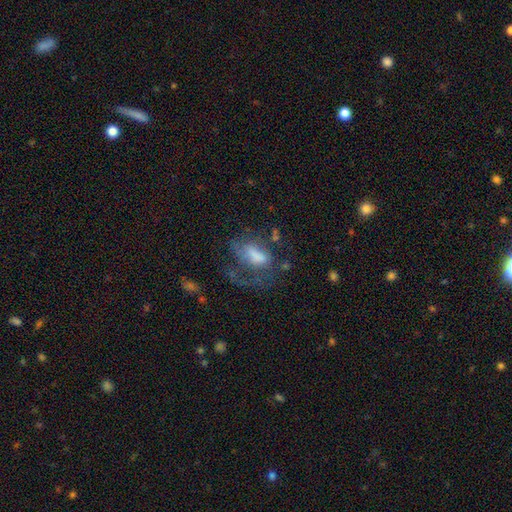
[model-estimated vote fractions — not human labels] Morphology: type=featured or disk (48%); merging=major disturbance (45%).